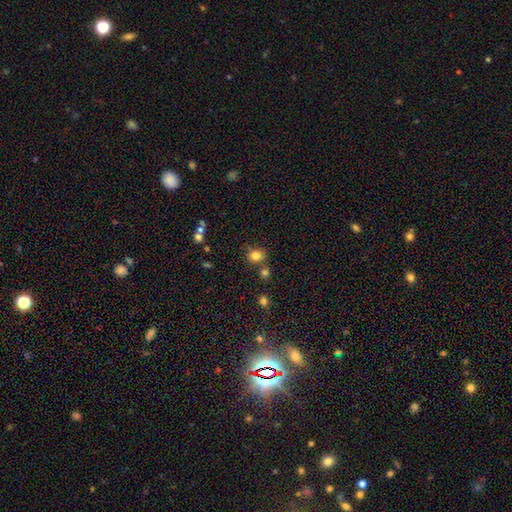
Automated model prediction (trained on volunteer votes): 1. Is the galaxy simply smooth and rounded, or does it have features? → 81% smooth, 13% star or artifact, 6% featured or disk.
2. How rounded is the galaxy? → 74% round, 25% in between, 1% cigar-shaped.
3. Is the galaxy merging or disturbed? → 70% none, 14% merger, 13% minor disturbance, 4% major disturbance.